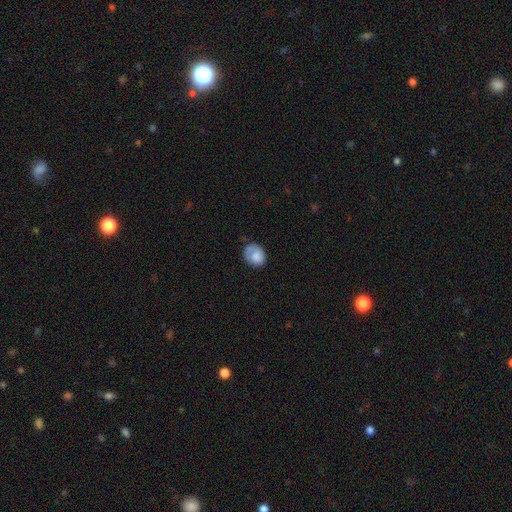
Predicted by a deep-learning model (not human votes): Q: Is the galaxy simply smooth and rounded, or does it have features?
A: smooth — 74%.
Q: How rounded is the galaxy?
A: round — 54%.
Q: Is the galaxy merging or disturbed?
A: none — 53%.